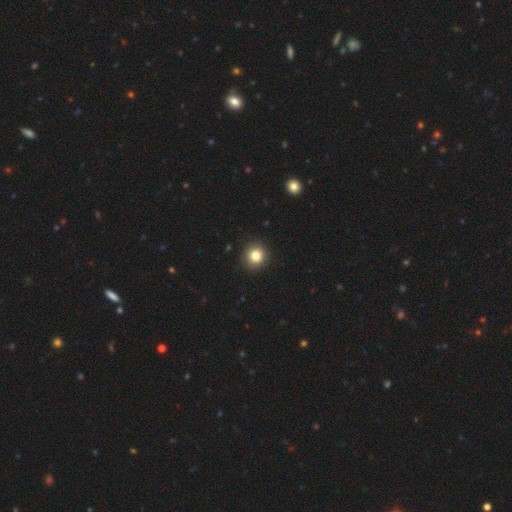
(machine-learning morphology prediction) Smooth or featured? Predicted: smooth (p=0.82). How rounded? Predicted: round (p=0.93). Merging? Predicted: none (p=0.92).